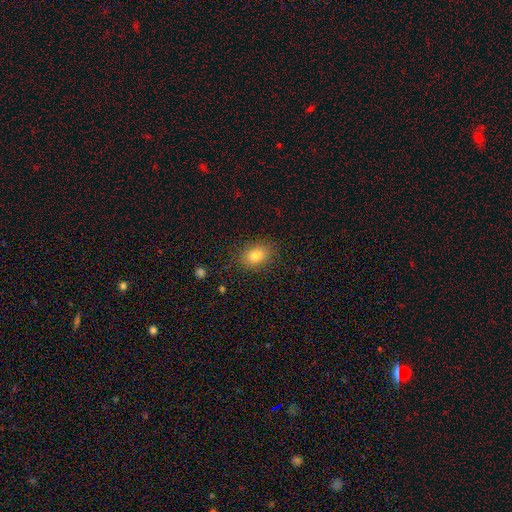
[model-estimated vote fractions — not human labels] The model was most divided on "how rounded": in between: 67%, round: 31%, cigar-shaped: 1%. More confident: merging — none (84%); smooth or featured — smooth (81%).